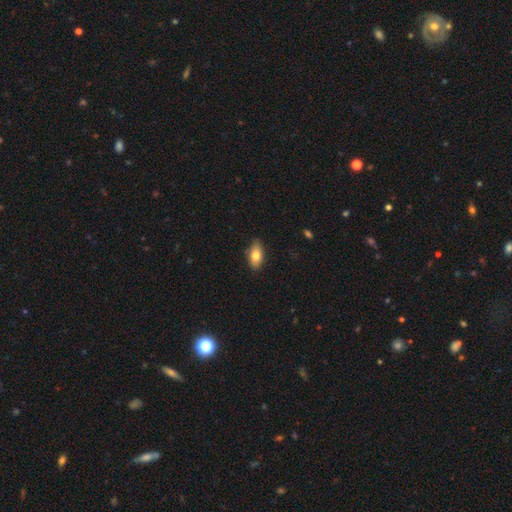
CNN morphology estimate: Smooth or featured?
  - smooth: 78% *
  - featured or disk: 15%
  - star or artifact: 7%
How rounded?
  - in between: 88% *
  - cigar-shaped: 7%
  - round: 5%
Merging?
  - none: 82% *
  - minor disturbance: 14%
  - major disturbance: 2%
  - merger: 1%